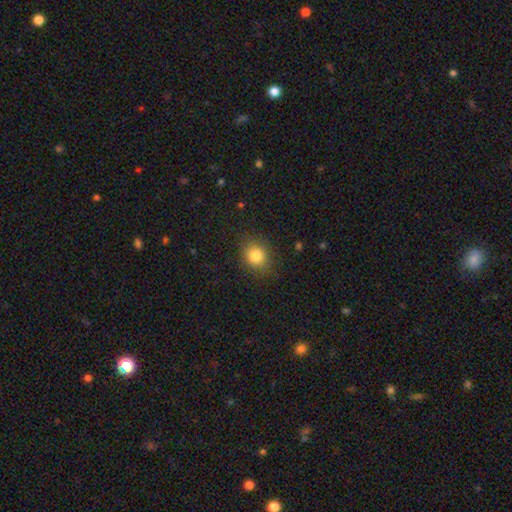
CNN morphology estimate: Smooth or featured? smooth (82%)
How rounded? round (73%)
Merging? none (86%)